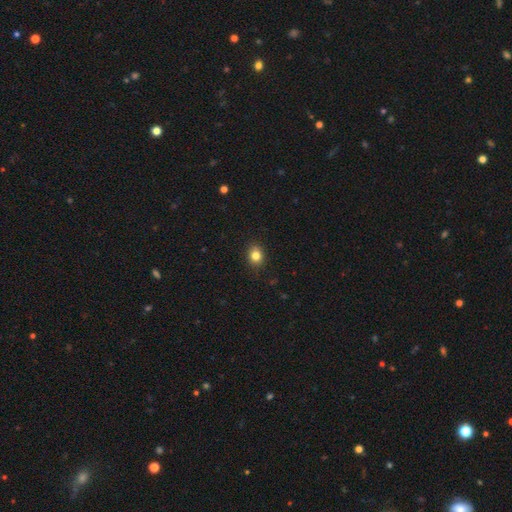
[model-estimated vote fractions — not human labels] Smooth or featured? Predicted: smooth (p=0.83). How rounded? Predicted: round (p=0.59). Merging? Predicted: none (p=0.88).